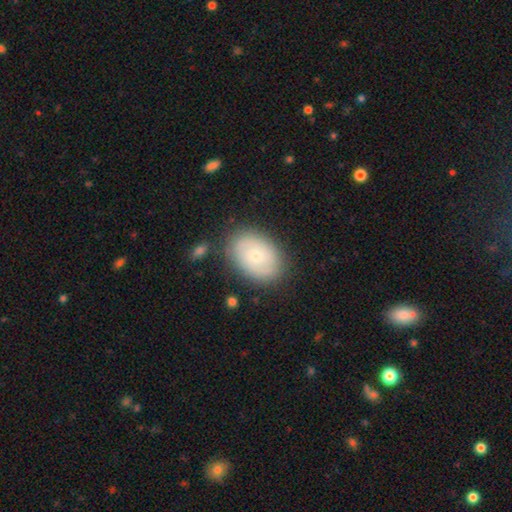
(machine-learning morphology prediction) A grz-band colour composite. It shows a smooth galaxy with no disk features (47%). Merging: none (82%).